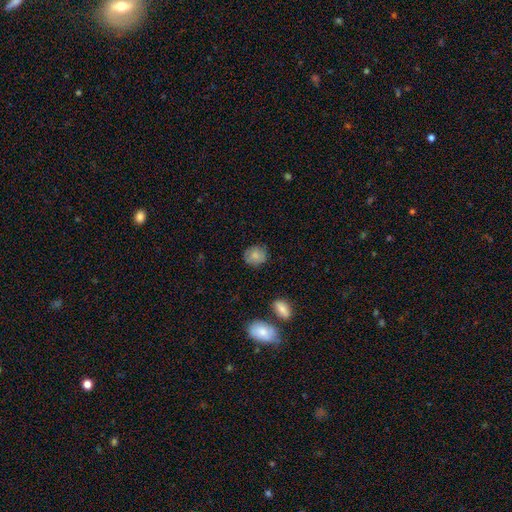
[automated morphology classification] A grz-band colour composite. It shows a smooth galaxy with no disk features (78%) that is round (76%). Merging: none (81%).